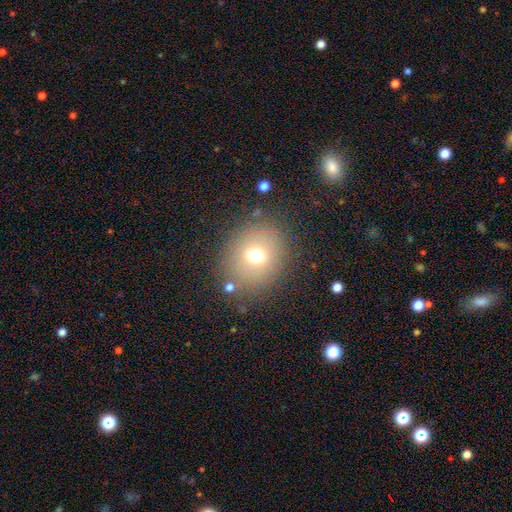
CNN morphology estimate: This appears to be a smooth galaxy with no disk features (65%) that is round (81%). Merging: none (82%).